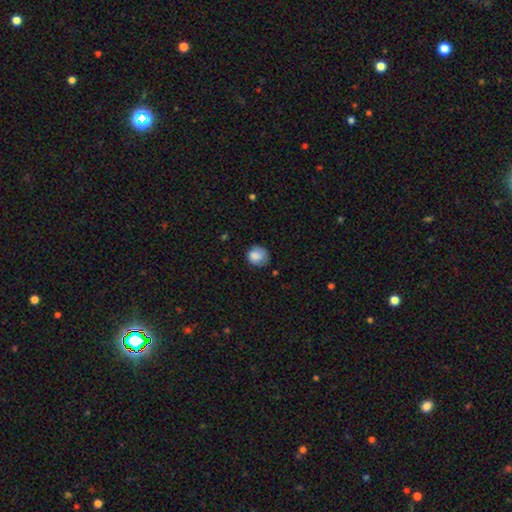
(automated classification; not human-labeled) Smooth or featured? Predicted: smooth (p=0.85). How rounded? Predicted: round (p=0.82). Merging? Predicted: none (p=0.66).